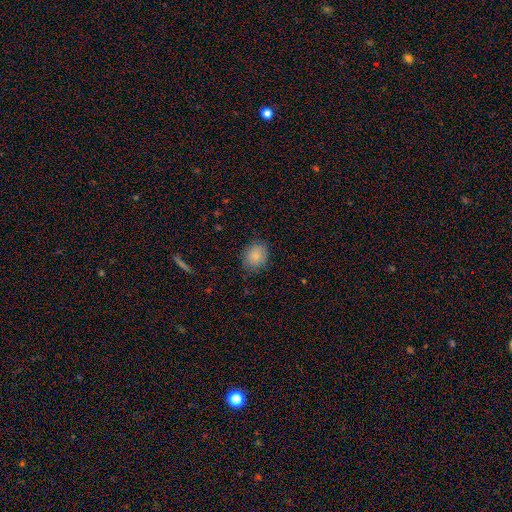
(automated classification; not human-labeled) Smooth or featured? Predicted: smooth (p=0.84). How rounded? Predicted: round (p=0.52). Merging? Predicted: none (p=0.83).